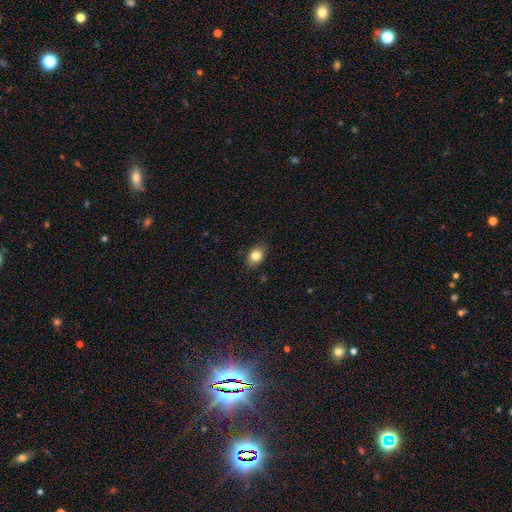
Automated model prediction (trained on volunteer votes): A smooth galaxy with no disk features (82%) that is in between round and cigar-shaped (78%).

Vote fractions:
- Smooth or featured? smooth: 82% / featured or disk: 9% / star or artifact: 9%
- How rounded? in between: 78% / round: 20% / cigar-shaped: 2%
- Merging? none: 83% / minor disturbance: 14% / major disturbance: 2% / merger: 1%